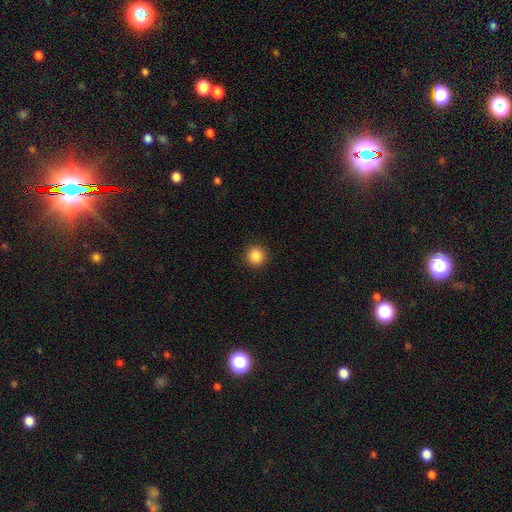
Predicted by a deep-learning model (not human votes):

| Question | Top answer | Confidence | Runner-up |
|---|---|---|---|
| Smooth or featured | smooth | 87% | star or artifact (10%) |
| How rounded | round | 91% | in between (8%) |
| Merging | none | 92% | minor disturbance (6%) |